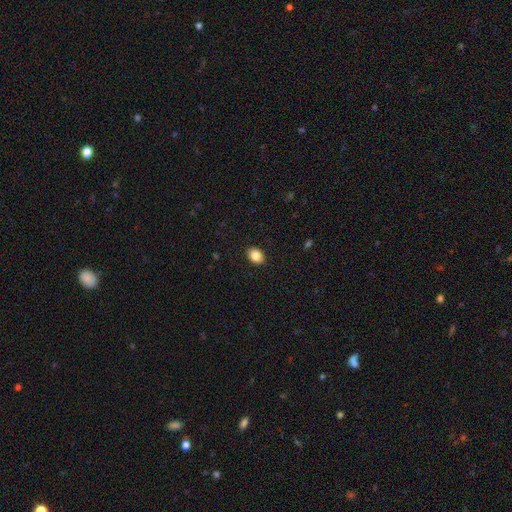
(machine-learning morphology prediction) This is clearly a smooth galaxy (85%). How rounded: likely in between (68%). Merging: clearly none (90%).